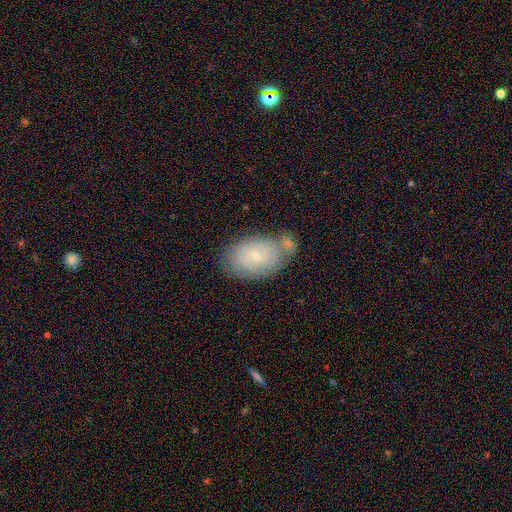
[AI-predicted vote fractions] Smooth or featured? Predicted: smooth (p=0.46, tied with featured or disk). Merging? Predicted: none (p=0.54).